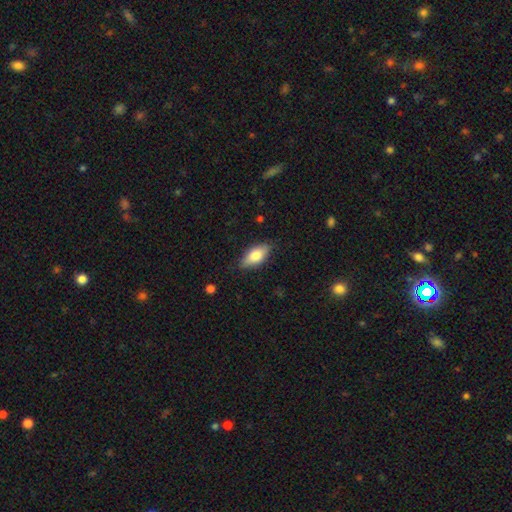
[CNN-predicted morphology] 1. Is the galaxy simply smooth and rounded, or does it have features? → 72% smooth, 22% featured or disk, 6% star or artifact.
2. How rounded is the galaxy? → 84% in between, 12% cigar-shaped, 3% round.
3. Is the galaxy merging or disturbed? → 84% none, 13% minor disturbance, 3% major disturbance, 1% merger.